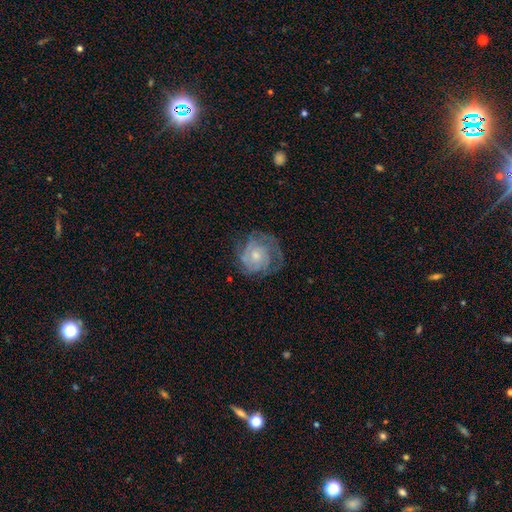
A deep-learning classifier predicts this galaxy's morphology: type=featured or disk (74%); edge-on=no (98%); bar=no (78%); spiral arms=yes (88%); winding=tight (64%); arm count=can't tell (43%); bulge=moderate (46%, tied with small); merging=none (64%).